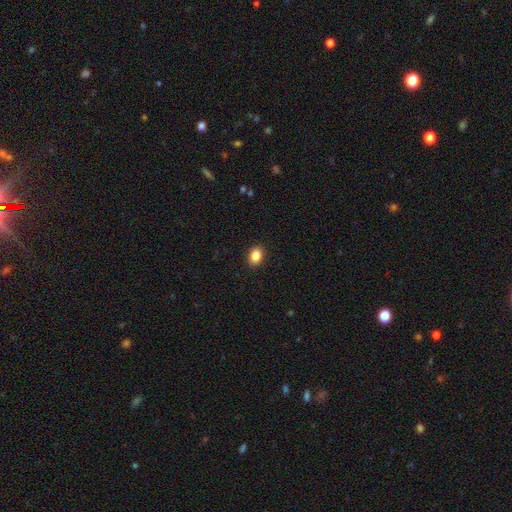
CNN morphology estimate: A smooth galaxy with no disk features (87%) that is in between round and cigar-shaped (75%).

Vote fractions:
- Smooth or featured? smooth: 87% / star or artifact: 9% / featured or disk: 4%
- How rounded? in between: 75% / round: 23% / cigar-shaped: 1%
- Merging? none: 90% / minor disturbance: 7% / major disturbance: 2% / merger: 1%